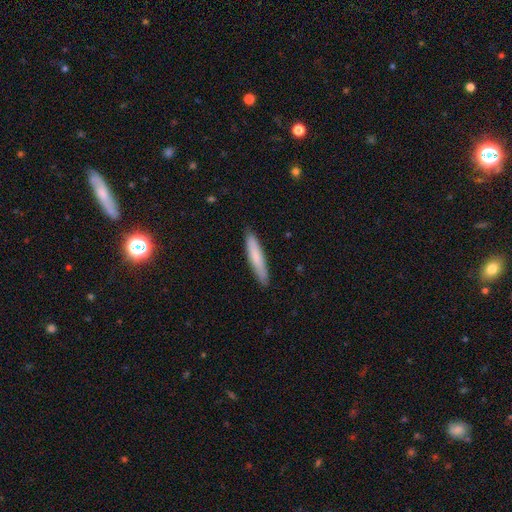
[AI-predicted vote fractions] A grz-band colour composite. It shows a smooth galaxy with no disk features (77%) that is cigar-shaped (90%). Merging: none (89%).